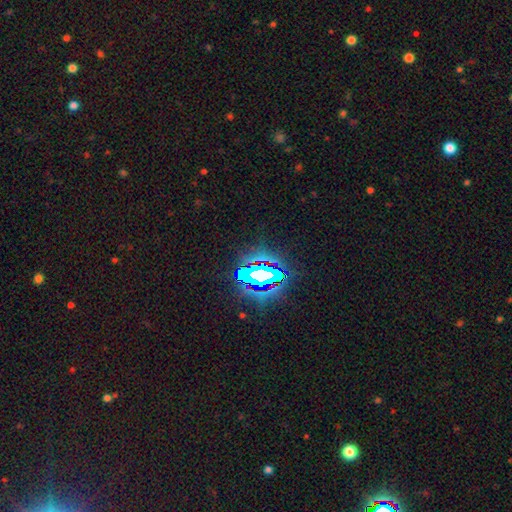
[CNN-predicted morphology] type=star or artifact (82%).